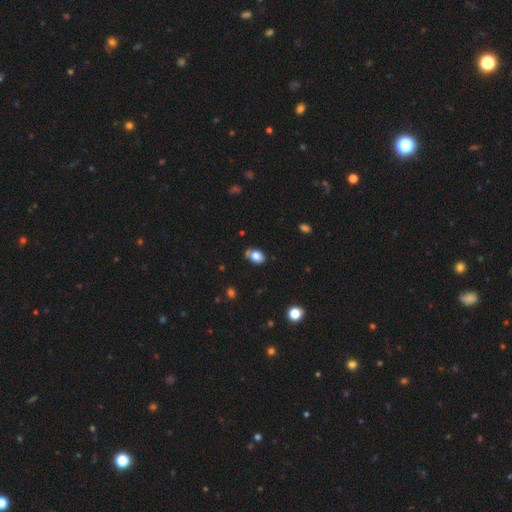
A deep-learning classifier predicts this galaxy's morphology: smooth-or-featured: smooth: 81% | star or artifact: 10% | featured or disk: 8%
  how-rounded: in between: 67% | round: 32% | cigar-shaped: 1%
  merging: none: 67% | minor disturbance: 19% | merger: 10% | major disturbance: 4%